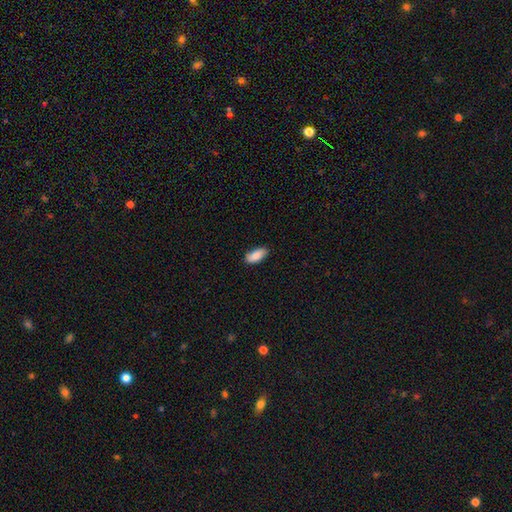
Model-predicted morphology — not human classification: Smooth or featured? smooth (86%)
How rounded? in between (89%)
Merging? none (81%)